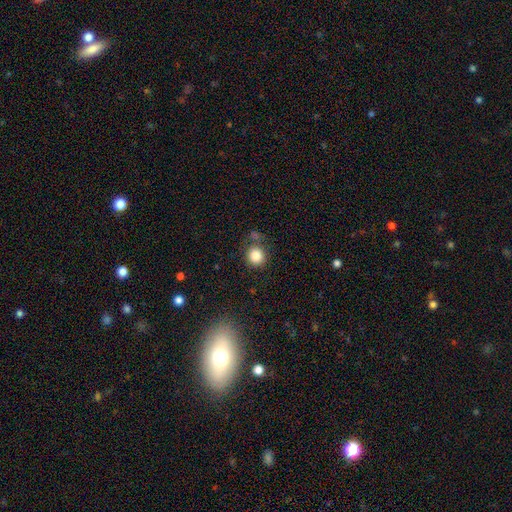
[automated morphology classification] A smooth galaxy with no disk features (84%) that is round (88%).

Vote fractions:
- Smooth or featured? smooth: 84% / star or artifact: 10% / featured or disk: 6%
- How rounded? round: 88% / in between: 11% / cigar-shaped: 1%
- Merging? none: 73% / minor disturbance: 13% / merger: 10% / major disturbance: 5%